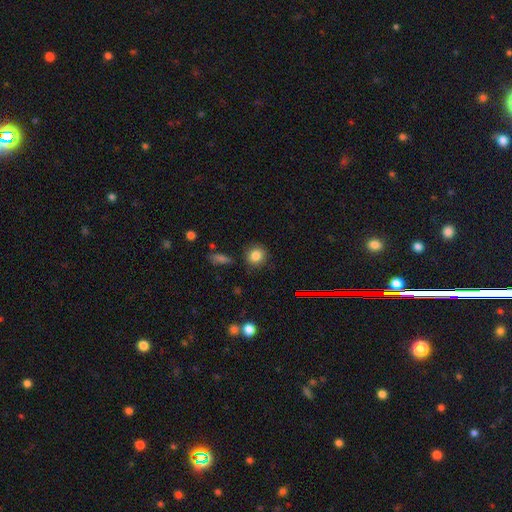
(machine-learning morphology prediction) Smooth or featured?
  - smooth: 83% *
  - star or artifact: 11%
  - featured or disk: 6%
How rounded?
  - round: 88% *
  - in between: 11%
  - cigar-shaped: 1%
Merging?
  - none: 88% *
  - minor disturbance: 8%
  - major disturbance: 2%
  - merger: 2%